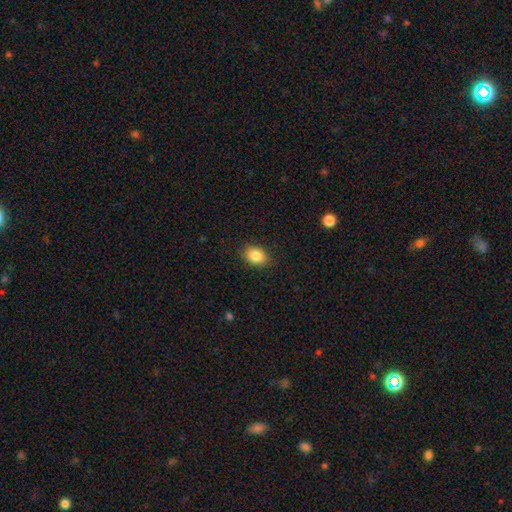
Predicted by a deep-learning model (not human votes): Smooth or featured?
  - smooth: 86% *
  - star or artifact: 9%
  - featured or disk: 6%
How rounded?
  - in between: 68% *
  - round: 30%
  - cigar-shaped: 1%
Merging?
  - none: 86% *
  - minor disturbance: 10%
  - major disturbance: 2%
  - merger: 1%